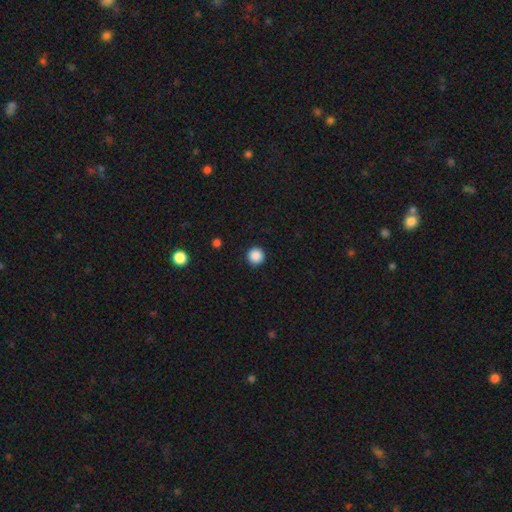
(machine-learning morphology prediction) Smooth or featured?
  - smooth: 88% *
  - star or artifact: 10%
  - featured or disk: 2%
How rounded?
  - round: 96% *
  - in between: 3%
  - cigar-shaped: 1%
Merging?
  - none: 93% *
  - minor disturbance: 5%
  - major disturbance: 2%
  - merger: 1%